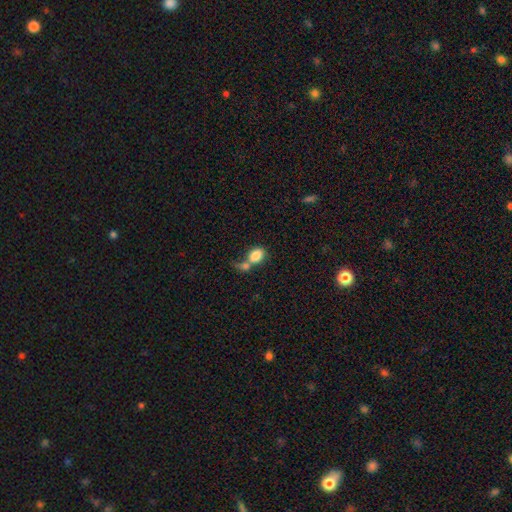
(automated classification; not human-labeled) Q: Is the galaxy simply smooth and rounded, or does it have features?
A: smooth — 82%.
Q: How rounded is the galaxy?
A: in between — 65%.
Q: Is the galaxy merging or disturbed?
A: merger — 54%.